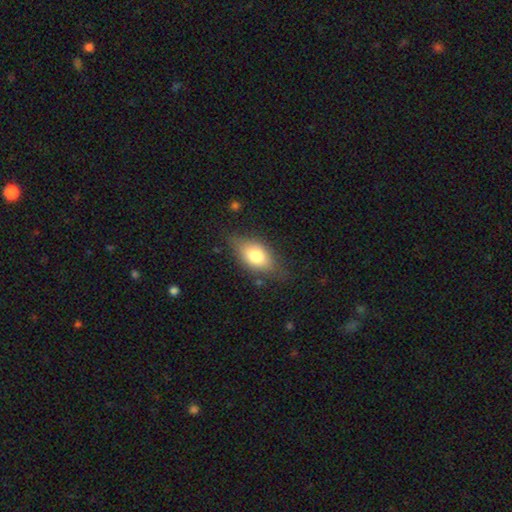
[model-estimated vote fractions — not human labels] This appears to be a smooth galaxy with no disk features (73%) that is in between round and cigar-shaped (86%). Merging: none (69%).